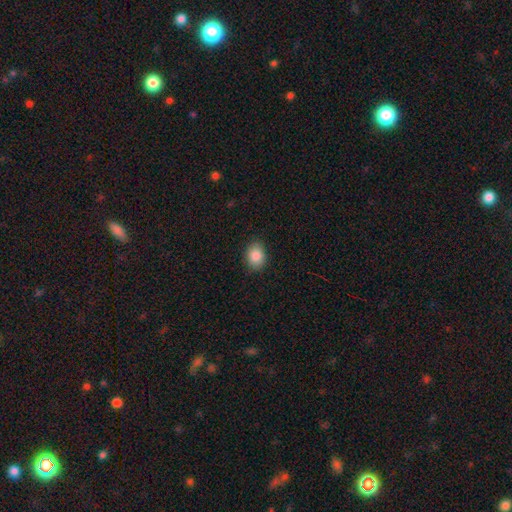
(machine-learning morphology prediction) A smooth galaxy with no disk features (86%) that is in between round and cigar-shaped (66%).

Vote fractions:
- Smooth or featured? smooth: 86% / star or artifact: 8% / featured or disk: 5%
- How rounded? in between: 66% / round: 33% / cigar-shaped: 1%
- Merging? none: 86% / minor disturbance: 11% / major disturbance: 2% / merger: 1%